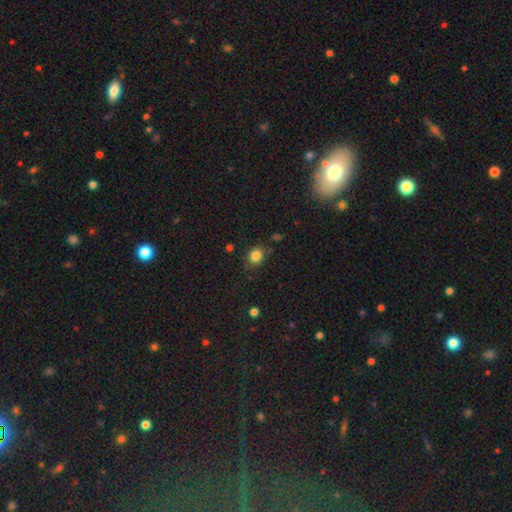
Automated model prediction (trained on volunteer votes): Smooth or featured? Predicted: smooth (p=0.83). How rounded? Predicted: round (p=0.66). Merging? Predicted: none (p=0.78).